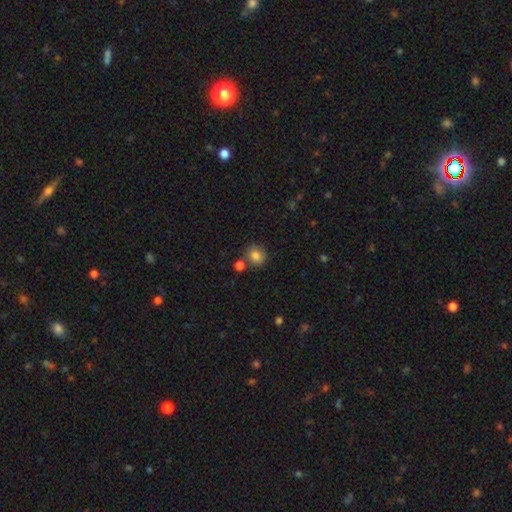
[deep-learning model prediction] The model was most divided on "how rounded": round: 72%, in between: 27%, cigar-shaped: 1%. More confident: smooth or featured — smooth (84%); merging — none (74%).